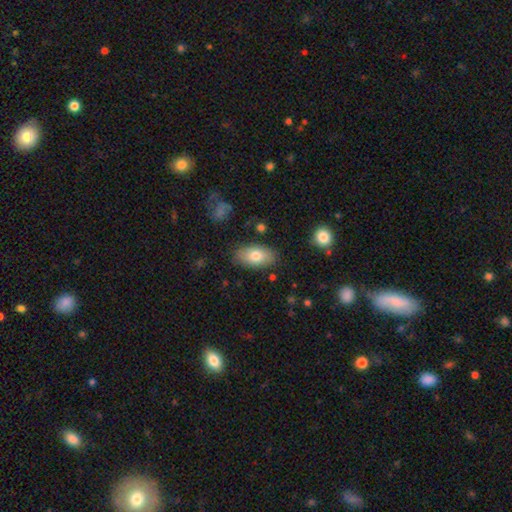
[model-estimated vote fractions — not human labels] Smooth or featured? smooth (77%)
How rounded? in between (93%)
Merging? none (84%)